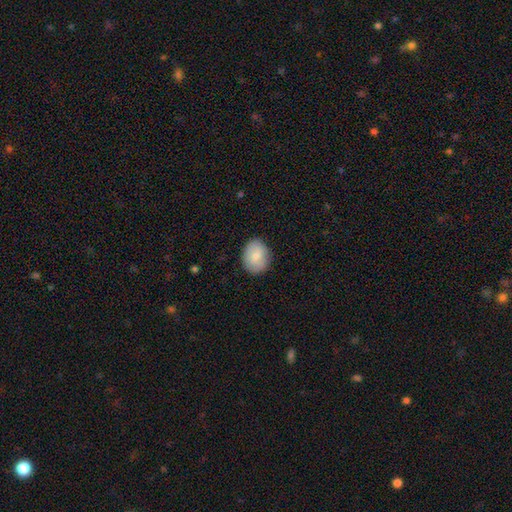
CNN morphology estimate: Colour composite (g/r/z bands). It shows a smooth galaxy with no disk features (77%) that is in between round and cigar-shaped (52%). Merging: none (84%).